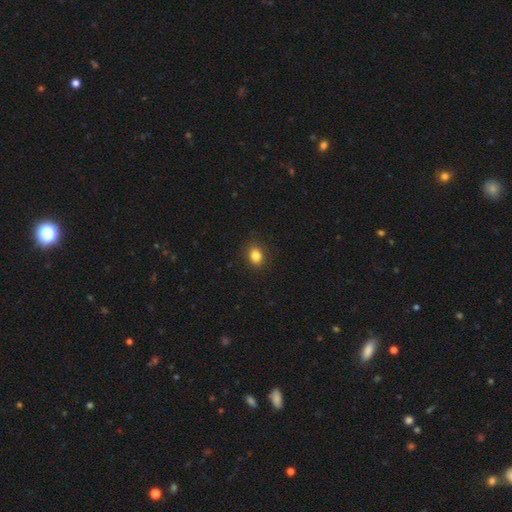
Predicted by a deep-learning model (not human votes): A smooth galaxy with no disk features (84%) that is in between round and cigar-shaped (54%).

Vote fractions:
- Smooth or featured? smooth: 84% / star or artifact: 11% / featured or disk: 5%
- How rounded? in between: 54% / round: 45% / cigar-shaped: 1%
- Merging? none: 88% / minor disturbance: 9% / major disturbance: 2% / merger: 1%